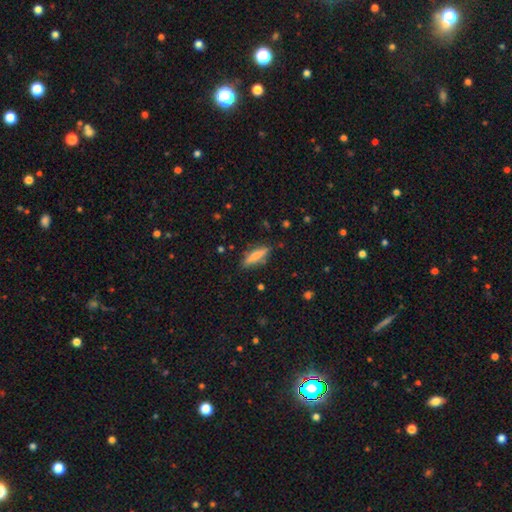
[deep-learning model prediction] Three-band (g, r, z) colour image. It shows a smooth galaxy with no disk features (67%) that is cigar-shaped (65%). Merging: none (83%).